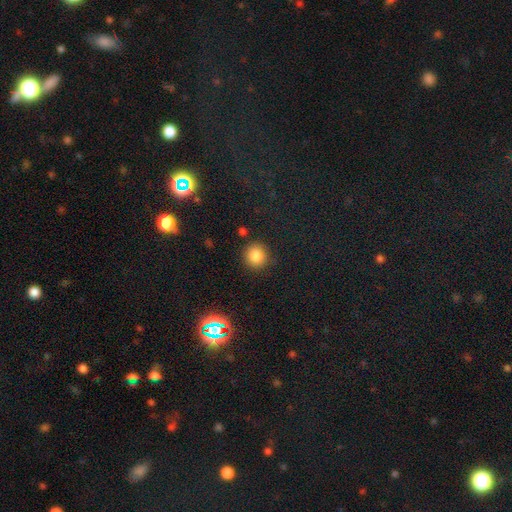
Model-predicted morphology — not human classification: Smooth or featured? Predicted: smooth (p=0.84). How rounded? Predicted: round (p=0.88). Merging? Predicted: none (p=0.86).